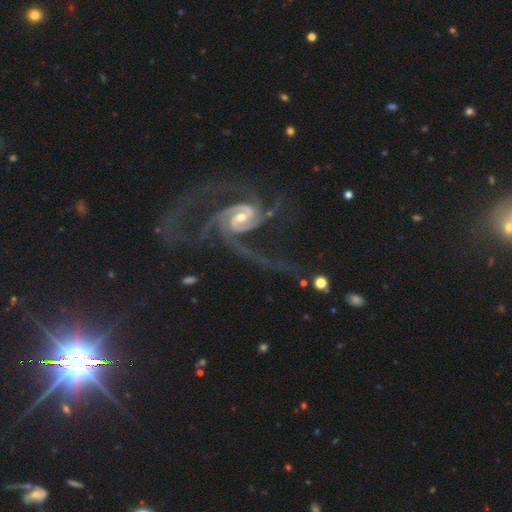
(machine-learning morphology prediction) smooth_or_featured: featured or disk (p=0.90) [alt: star or artifact p=0.07]
disk_edge_on: no (p=0.98) [alt: yes p=0.02]
bar: weak (p=0.42) [alt: no p=0.35]
has_spiral_arms: yes (p=0.97) [alt: no p=0.03]
spiral_winding: medium (p=0.49) [alt: loose p=0.37]
spiral_arm_count: 2 (p=0.70) [alt: 3 p=0.09]
bulge_size: small (p=0.53) [alt: moderate p=0.38]
merging: none (p=0.54) [alt: major disturbance p=0.29]